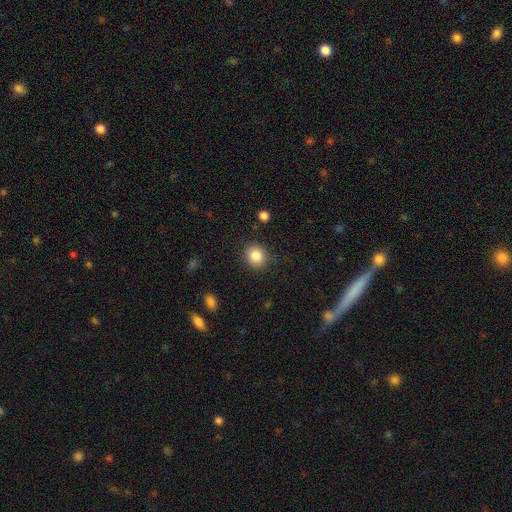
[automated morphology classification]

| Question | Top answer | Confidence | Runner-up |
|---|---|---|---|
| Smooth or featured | smooth | 85% | star or artifact (10%) |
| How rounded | round | 81% | in between (19%) |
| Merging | none | 87% | minor disturbance (8%) |